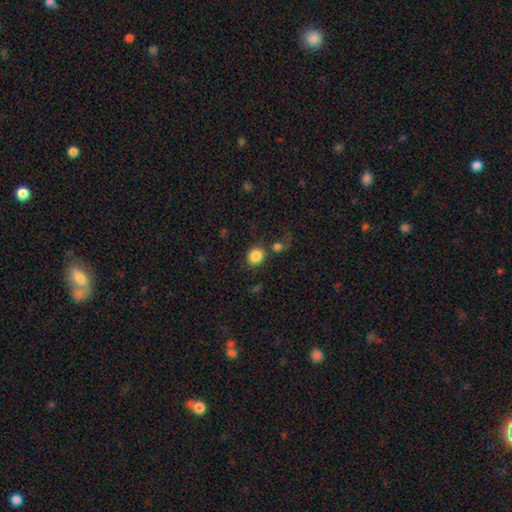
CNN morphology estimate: This appears to be a smooth galaxy with no disk features (86%) that is round (75%). Merging: none (69%).